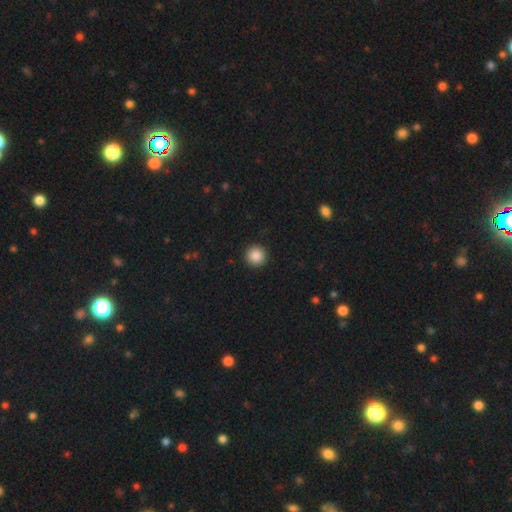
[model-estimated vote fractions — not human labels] This is clearly a smooth galaxy (87%). How rounded: clearly round (95%). Merging: clearly none (93%).